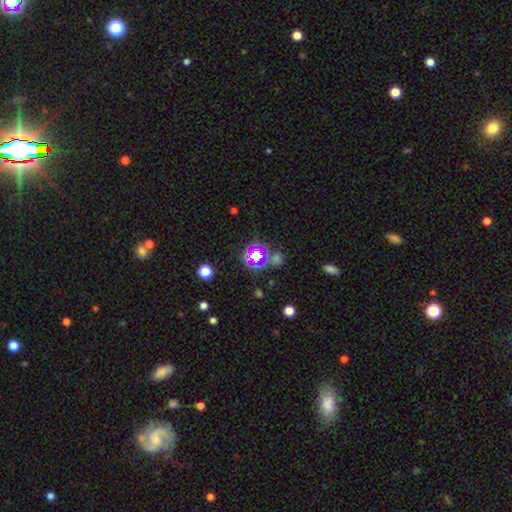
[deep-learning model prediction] A star or artifact, not a galaxy (63%).

Vote fractions:
- Smooth or featured? star or artifact: 63% / smooth: 27% / featured or disk: 10%